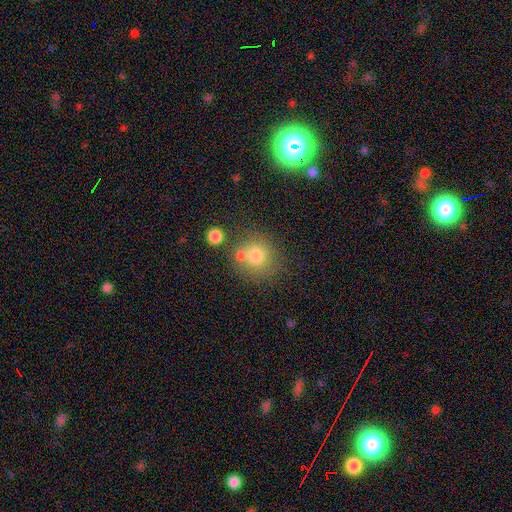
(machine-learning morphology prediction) Smooth or featured? Predicted: smooth (p=0.76). How rounded? Predicted: round (p=0.87). Merging? Predicted: none (p=0.60).